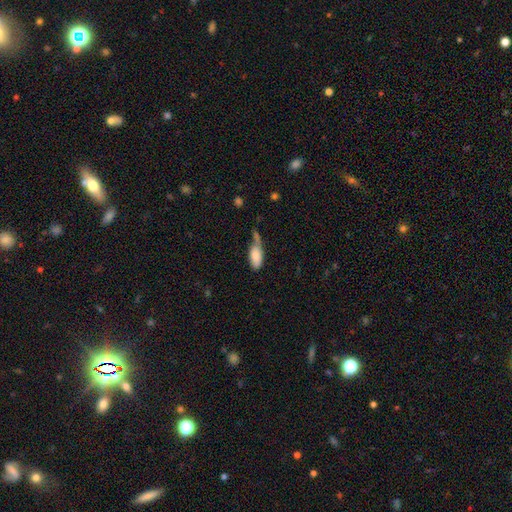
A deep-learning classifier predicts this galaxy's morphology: smooth_or_featured: smooth (p=0.81) [alt: featured or disk p=0.12]
how_rounded: in between (p=0.84) [alt: cigar-shaped p=0.13]
merging: none (p=0.30) [alt: minor disturbance p=0.29]